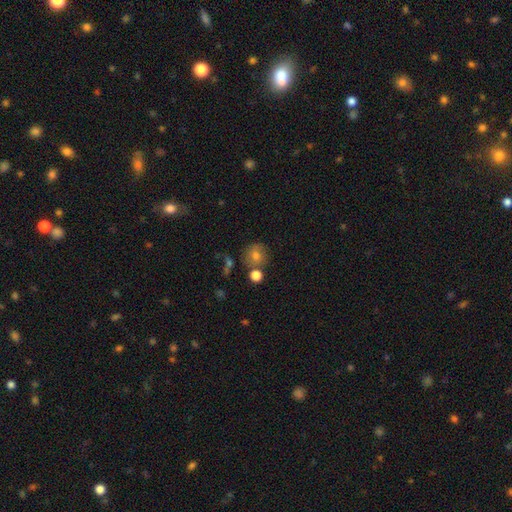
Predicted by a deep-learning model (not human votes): This is likely a smooth galaxy (70%). How rounded: clearly round (86%). Merging: likely none (66%).